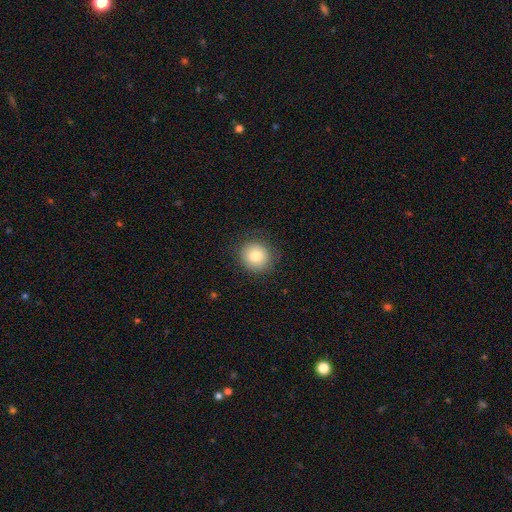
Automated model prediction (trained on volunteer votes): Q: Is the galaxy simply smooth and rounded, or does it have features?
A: smooth — 80%.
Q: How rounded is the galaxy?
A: round — 90%.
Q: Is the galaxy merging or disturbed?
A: none — 85%.